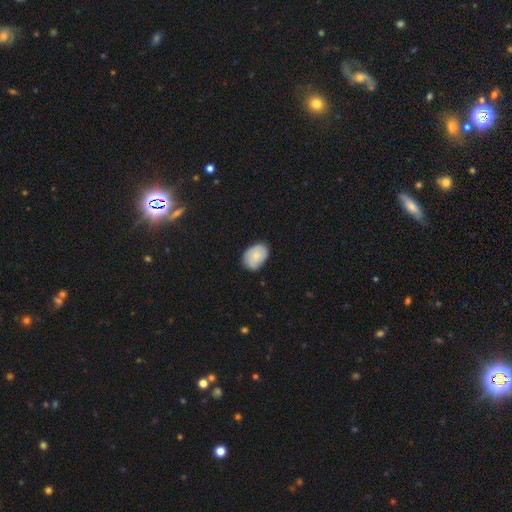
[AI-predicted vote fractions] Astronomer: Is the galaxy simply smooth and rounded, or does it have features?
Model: smooth — 80%.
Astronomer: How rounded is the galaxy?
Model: in between — 83%.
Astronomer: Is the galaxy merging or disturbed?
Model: none — 74%.